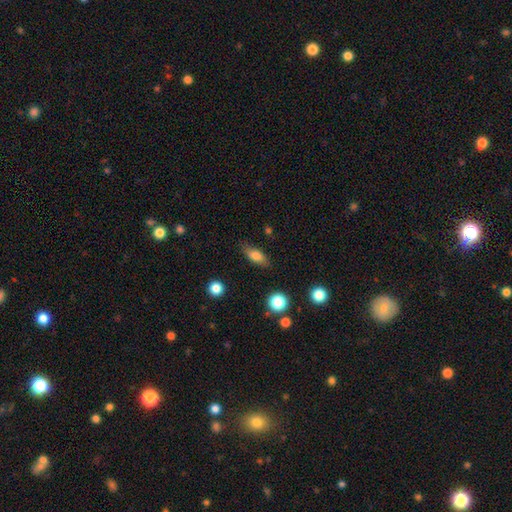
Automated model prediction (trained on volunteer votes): A smooth galaxy with no disk features (76%) that is in between round and cigar-shaped (75%). Merging: none (79%).